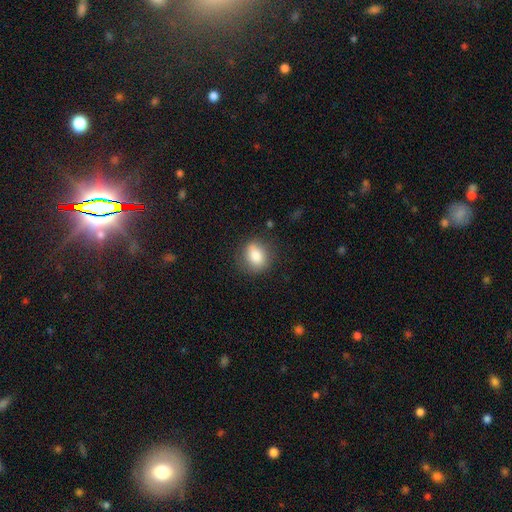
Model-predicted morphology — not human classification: Smooth or featured? Predicted: smooth (p=0.81). How rounded? Predicted: round (p=0.58). Merging? Predicted: none (p=0.80).